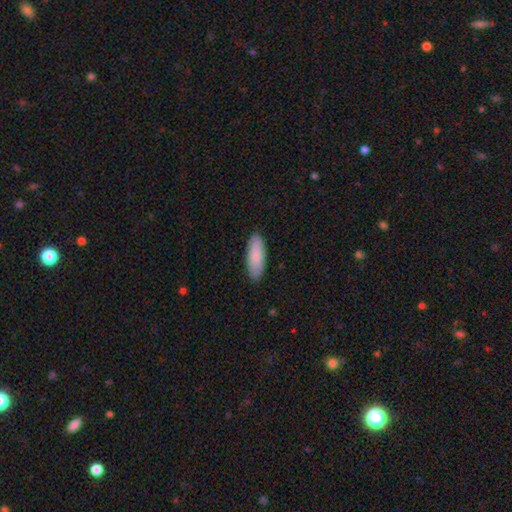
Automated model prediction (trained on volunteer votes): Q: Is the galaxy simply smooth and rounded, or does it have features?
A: smooth — 87%.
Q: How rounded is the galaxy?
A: in between — 65%.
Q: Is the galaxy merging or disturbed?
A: none — 88%.